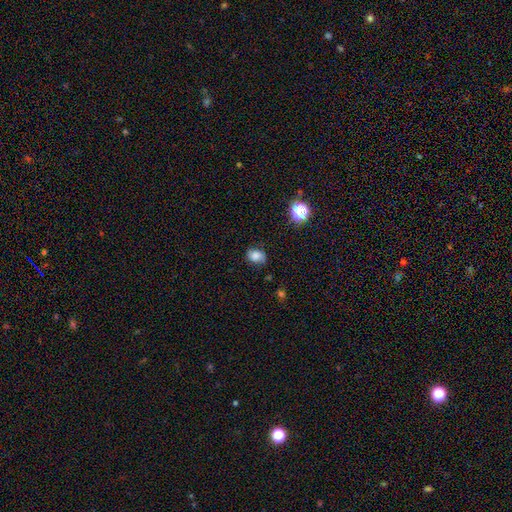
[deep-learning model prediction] Smooth or featured? Predicted: smooth (p=0.75). How rounded? Predicted: in between (p=0.65). Merging? Predicted: none (p=0.70).